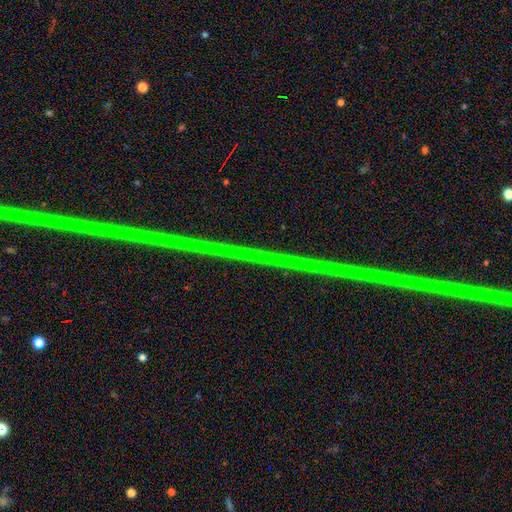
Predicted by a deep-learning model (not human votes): smooth-or-featured: star or artifact: 90% | featured or disk: 7% | smooth: 4%